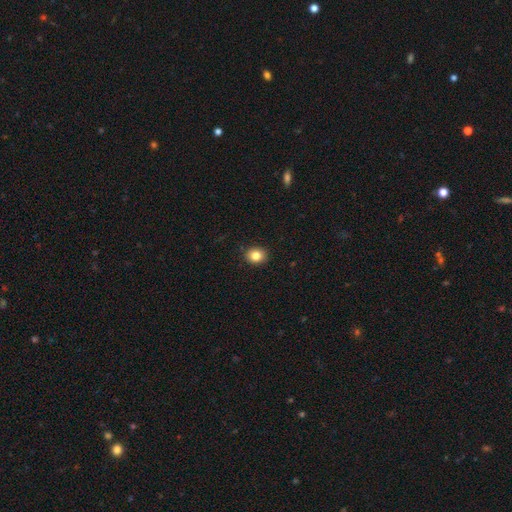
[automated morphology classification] Overall: smooth (83%). How rounded: round (61%; in between 38%). Merging: none (90%).